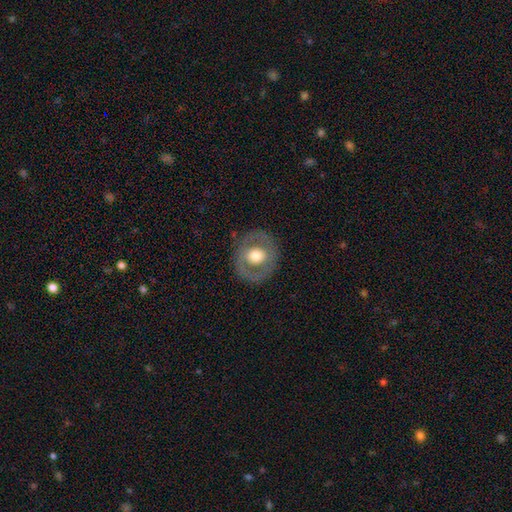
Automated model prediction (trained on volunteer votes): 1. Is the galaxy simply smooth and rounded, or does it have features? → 50% featured or disk, 44% smooth, 6% star or artifact.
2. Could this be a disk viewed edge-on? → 95% no, 5% yes.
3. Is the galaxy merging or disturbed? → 82% none, 11% minor disturbance, 6% major disturbance, 1% merger.